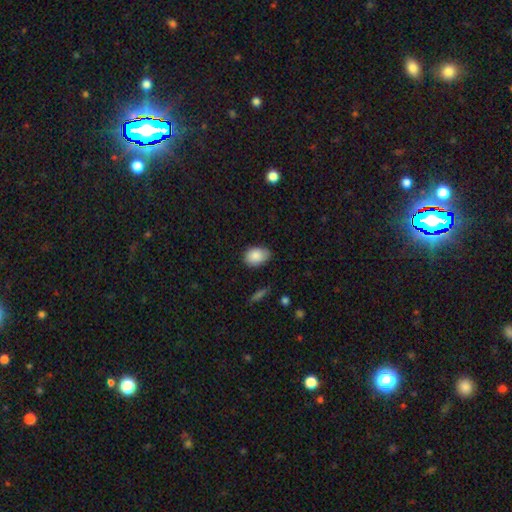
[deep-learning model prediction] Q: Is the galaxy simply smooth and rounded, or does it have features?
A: smooth — 86%.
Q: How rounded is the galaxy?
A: in between — 76%.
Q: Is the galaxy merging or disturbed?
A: none — 71%.